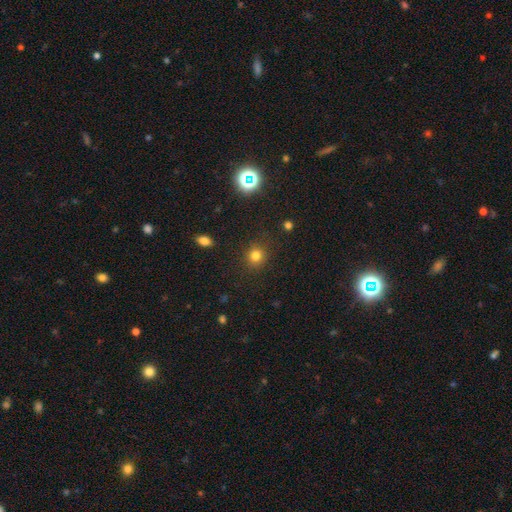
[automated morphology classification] smooth 79%, star or artifact 15%, featured or disk 6%. Down the decision tree: how rounded — round (86%); merging — none (88%).